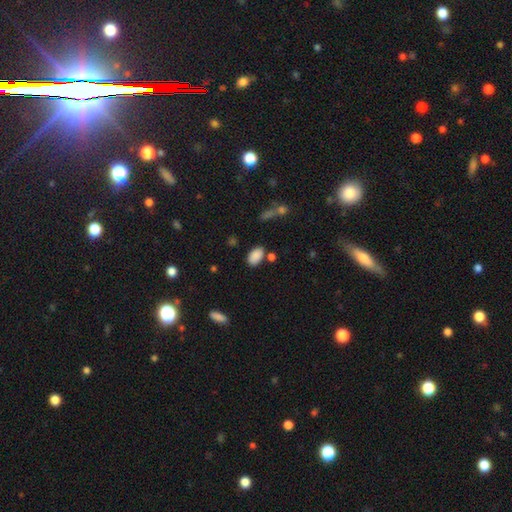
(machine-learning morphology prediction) smooth 87%, star or artifact 9%, featured or disk 4%. Down the decision tree: how rounded — in between (93%); merging — none (75%).